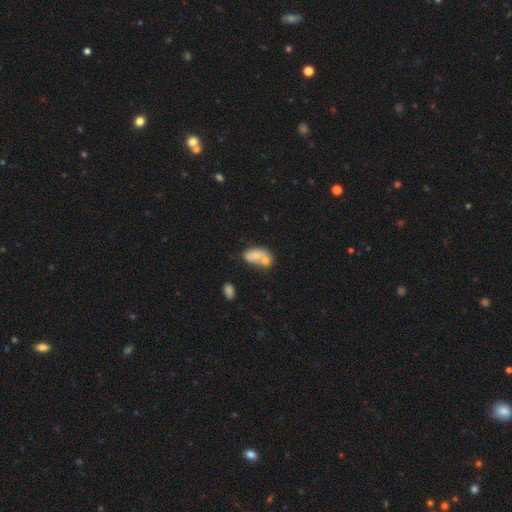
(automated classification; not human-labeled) Smooth or featured: smooth — 64% (featured or disk — 27%)
How rounded: in between — 84% (round — 14%)
Merging: merger — 59% (none — 23%)